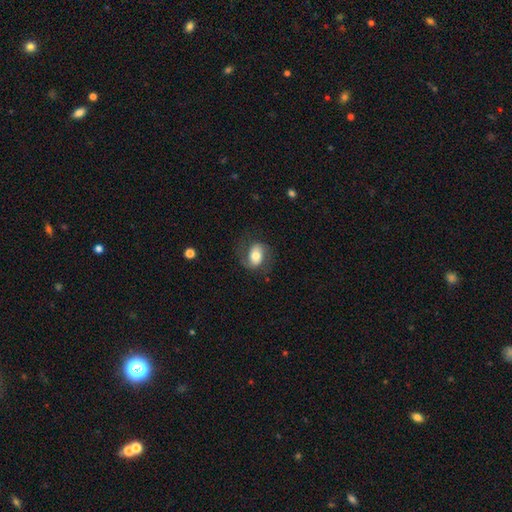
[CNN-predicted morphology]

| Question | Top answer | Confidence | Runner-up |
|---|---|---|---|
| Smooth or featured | smooth | 49% | featured or disk (43%) |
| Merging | none | 66% | minor disturbance (19%) |